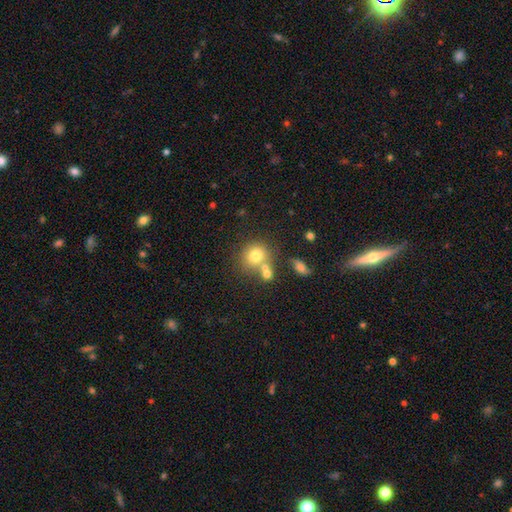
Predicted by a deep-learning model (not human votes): Overall: smooth (74%). How rounded: round (83%). Merging: none (57%; merger 27%).